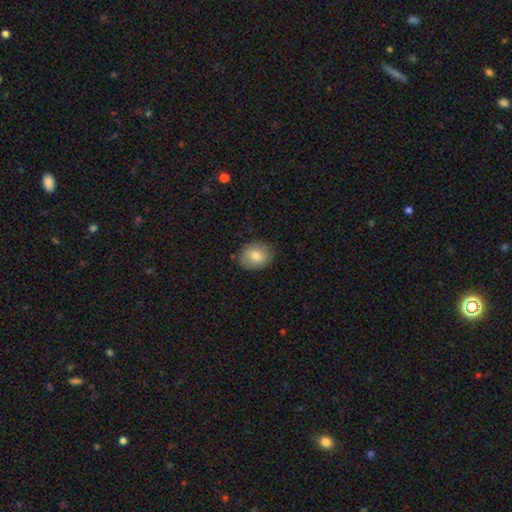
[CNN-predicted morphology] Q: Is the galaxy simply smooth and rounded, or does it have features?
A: smooth — 79%.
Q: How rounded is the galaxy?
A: round — 53%.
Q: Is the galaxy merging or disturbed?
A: none — 85%.